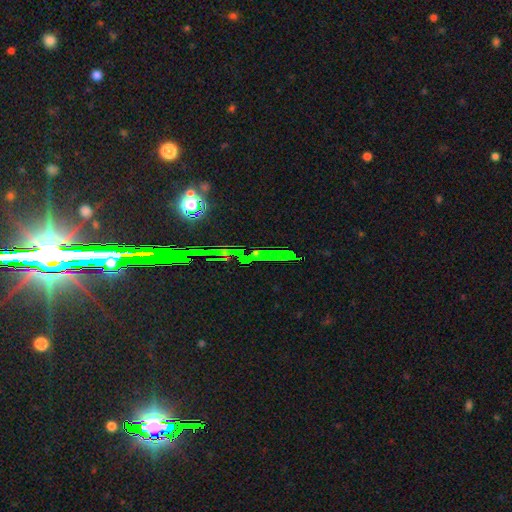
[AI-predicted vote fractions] Smooth or featured: star or artifact — 78% (featured or disk — 13%)